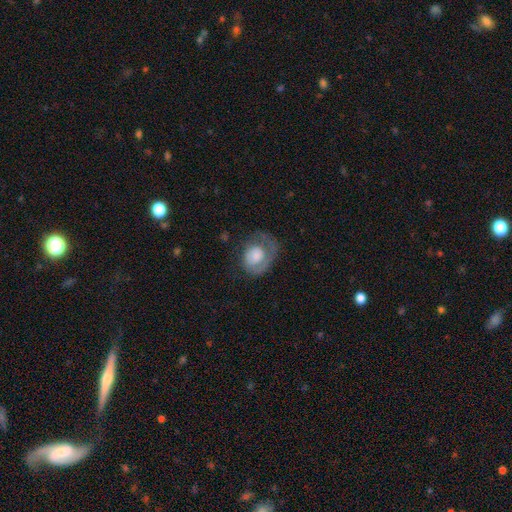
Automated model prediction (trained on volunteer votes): Smooth or featured?
  - featured or disk: 52% *
  - smooth: 41%
  - star or artifact: 7%
Edge-on disk?
  - no: 97% *
  - yes: 3%
Bar?
  - no: 80% *
  - weak: 17%
  - strong: 3%
Spiral arms?
  - yes: 71% *
  - no: 29%
Bulge size?
  - moderate: 33% *
  - small: 26%
  - large: 25%
  - none: 10%
  - dominant: 4%
Merging?
  - none: 43% *
  - major disturbance: 33%
  - minor disturbance: 22%
  - merger: 2%